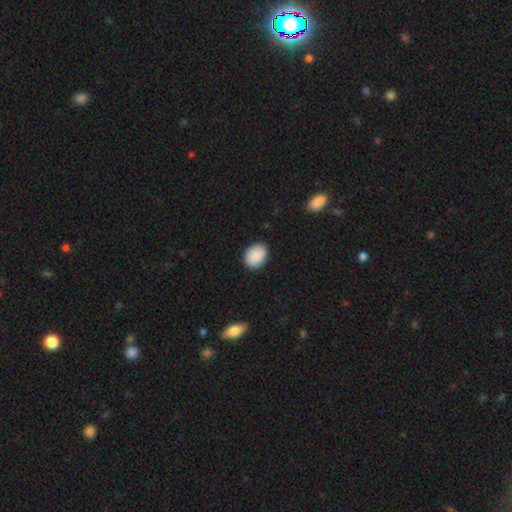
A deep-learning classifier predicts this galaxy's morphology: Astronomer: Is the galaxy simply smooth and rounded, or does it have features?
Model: smooth — 89%.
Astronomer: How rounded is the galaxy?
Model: in between — 61% (runner-up: round, 38%).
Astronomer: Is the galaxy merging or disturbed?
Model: none — 87%.